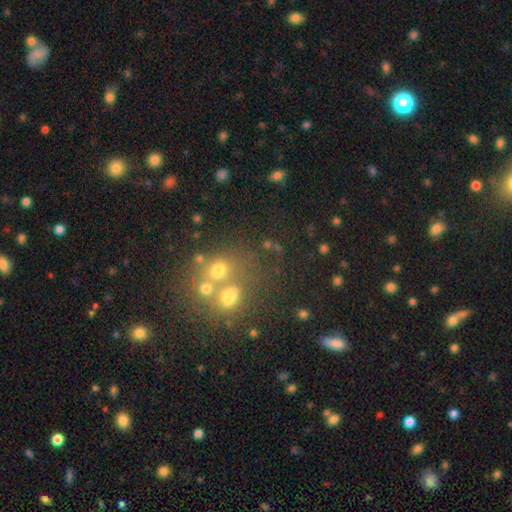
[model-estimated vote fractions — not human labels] Morphology: type=smooth (43%); merging=none (52%).